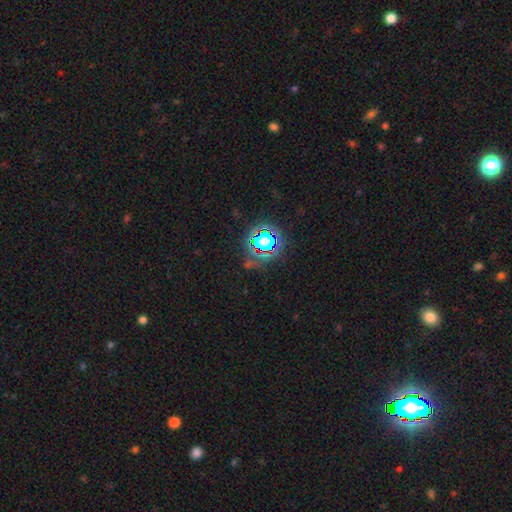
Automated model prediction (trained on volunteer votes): Q: Smooth or featured?
A: star or artifact (82%); runner-up: smooth (11%)